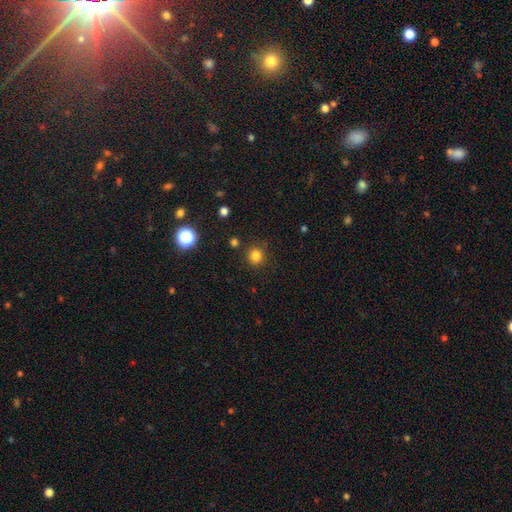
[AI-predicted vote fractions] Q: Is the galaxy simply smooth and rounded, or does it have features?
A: smooth — 82%.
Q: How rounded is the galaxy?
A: round — 90%.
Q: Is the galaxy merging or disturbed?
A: none — 86%.